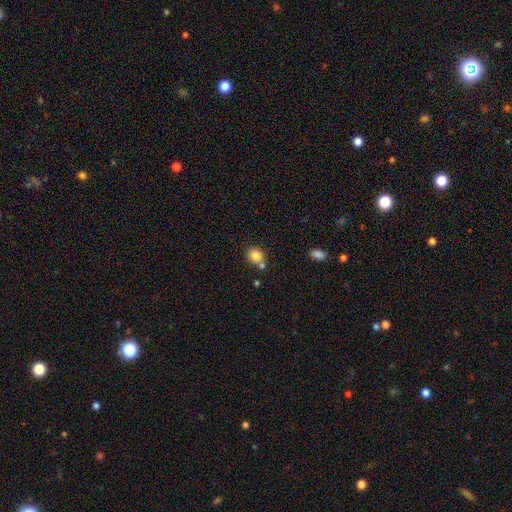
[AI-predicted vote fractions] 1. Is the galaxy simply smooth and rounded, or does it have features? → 83% smooth, 10% star or artifact, 7% featured or disk.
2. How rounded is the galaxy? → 71% round, 28% in between, 1% cigar-shaped.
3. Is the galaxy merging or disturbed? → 62% none, 23% merger, 11% minor disturbance, 3% major disturbance.